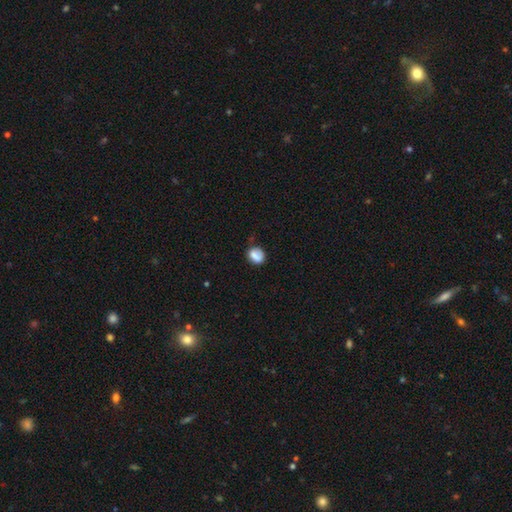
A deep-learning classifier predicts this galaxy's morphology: Smooth or featured: smooth — 79% (featured or disk — 12%)
How rounded: round — 58% (in between — 41%)
Merging: none — 66% (minor disturbance — 21%)